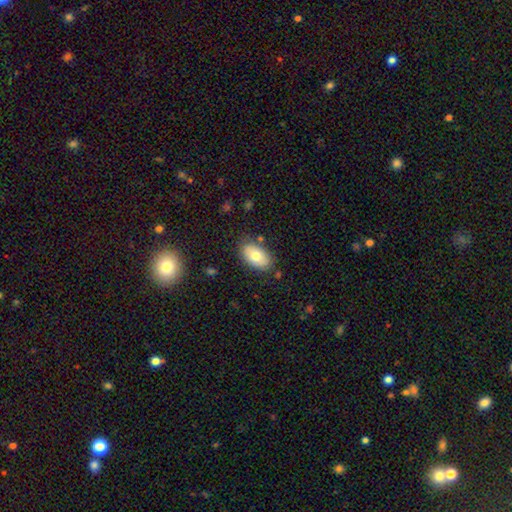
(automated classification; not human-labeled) Morphology: type=smooth (74%); roundness=in between (93%); merging=none (80%).